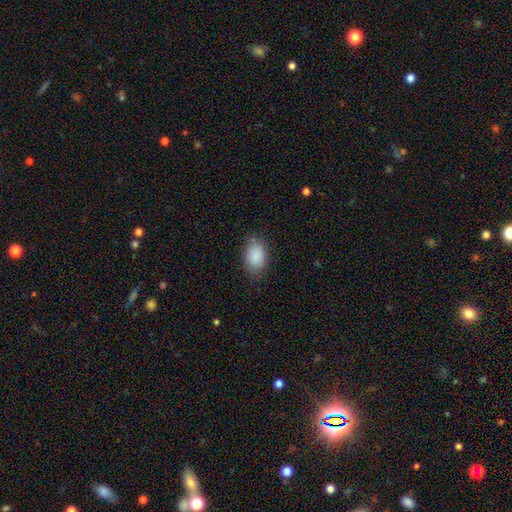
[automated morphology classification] Q: Smooth or featured?
A: smooth (88%); runner-up: star or artifact (7%)
Q: How rounded?
A: in between (87%); runner-up: round (12%)
Q: Merging?
A: none (79%); runner-up: minor disturbance (16%)